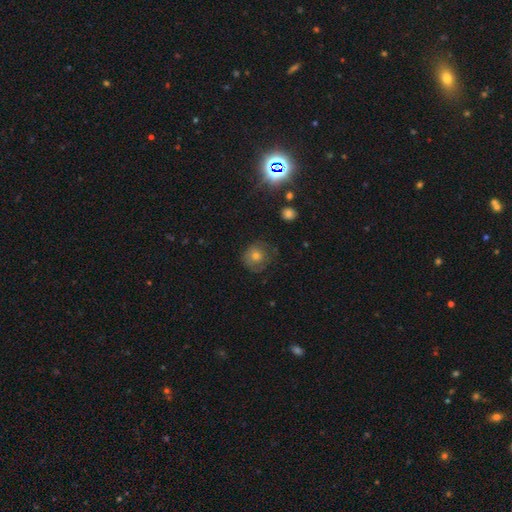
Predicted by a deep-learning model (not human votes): Morphology: type=smooth (50%); roundness=round (88%); merging=none (73%).